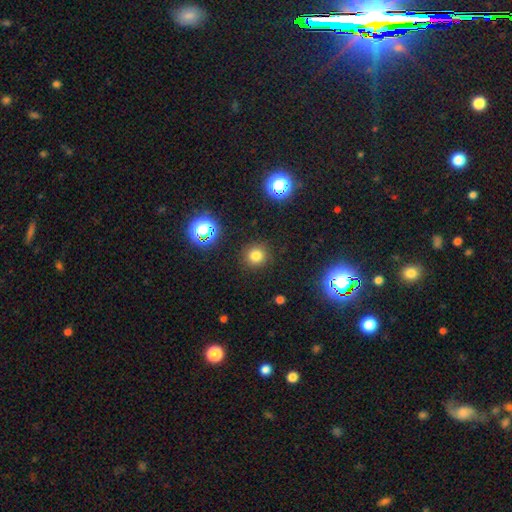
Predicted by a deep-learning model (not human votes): The model was most divided on "smooth or featured": smooth: 75%, star or artifact: 19%, featured or disk: 6%. More confident: how rounded — round (93%); merging — none (90%).